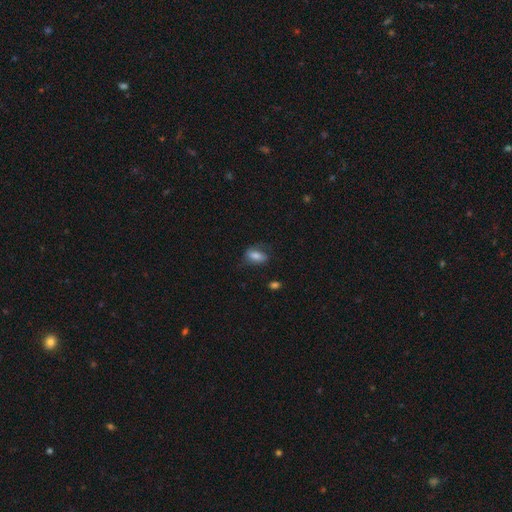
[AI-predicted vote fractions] Morphology: type=smooth (73%); roundness=in between (87%); merging=none (62%).